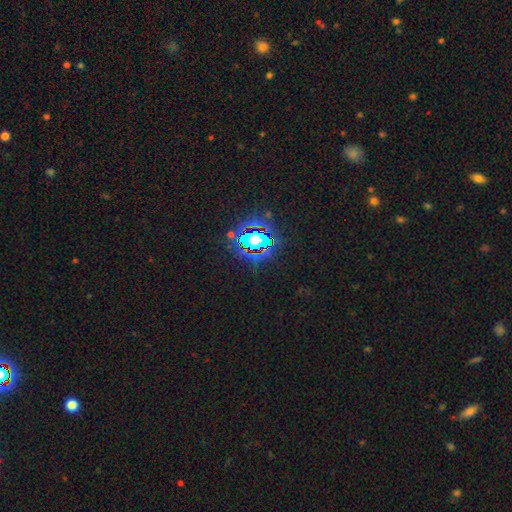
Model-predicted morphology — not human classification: The model was most divided on "smooth or featured": star or artifact: 81%, smooth: 12%, featured or disk: 7%.